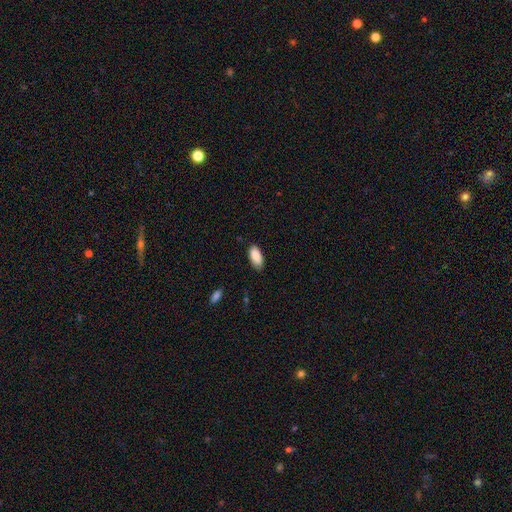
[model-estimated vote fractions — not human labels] smooth 89%, star or artifact 6%, featured or disk 5%. Down the decision tree: how rounded — in between (90%); merging — none (79%).